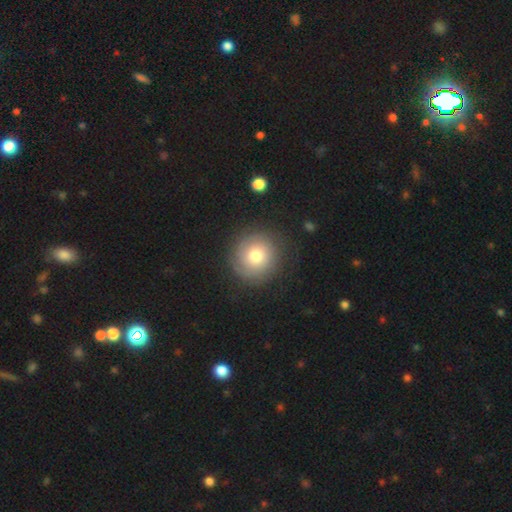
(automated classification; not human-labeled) This is likely a smooth galaxy (66%). How rounded: clearly round (92%). Merging: clearly none (83%).